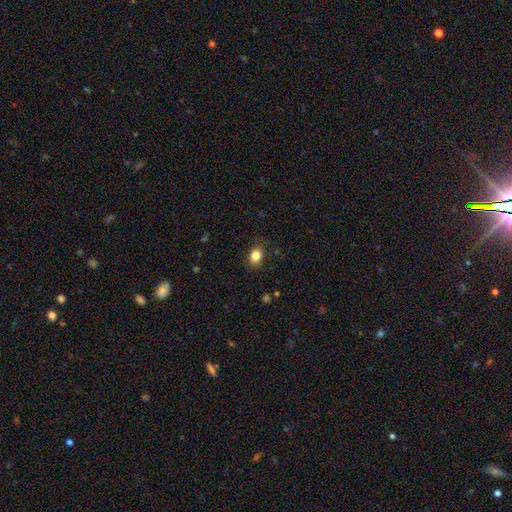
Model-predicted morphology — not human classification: A smooth galaxy with no disk features (84%) that is in between round and cigar-shaped (62%).

Vote fractions:
- Smooth or featured? smooth: 84% / star or artifact: 10% / featured or disk: 6%
- How rounded? in between: 62% / round: 37% / cigar-shaped: 1%
- Merging? none: 85% / minor disturbance: 11% / major disturbance: 3% / merger: 1%